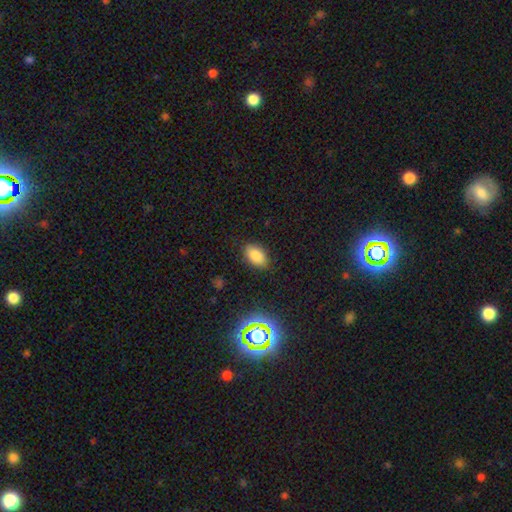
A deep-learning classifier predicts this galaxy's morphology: Smooth or featured? smooth (81%)
How rounded? in between (91%)
Merging? none (85%)